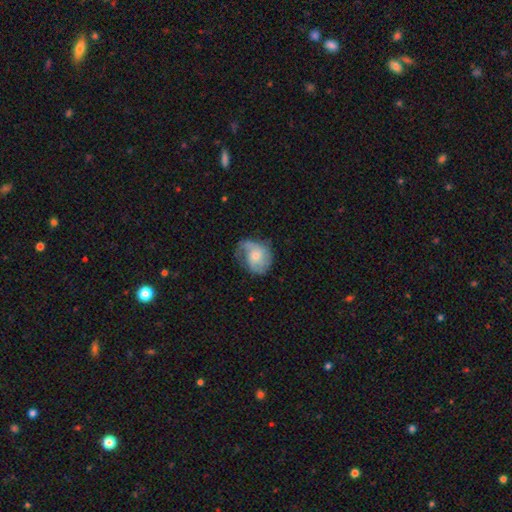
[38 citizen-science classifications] Morphology: type=featured or disk (50%); edge-on=no (100%); bar=no (58%); spiral arms=yes (89%); winding=loose (47%); arm count=can't tell (47%); bulge=moderate (42%); merging=none (54%).